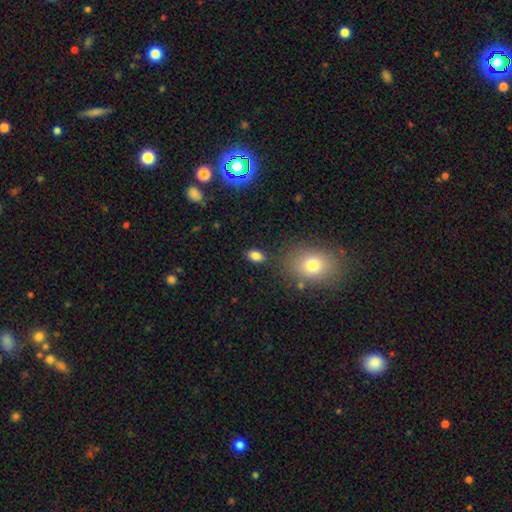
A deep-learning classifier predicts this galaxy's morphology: This is clearly a smooth galaxy (83%). How rounded: clearly in between (83%). Merging: clearly none (83%).